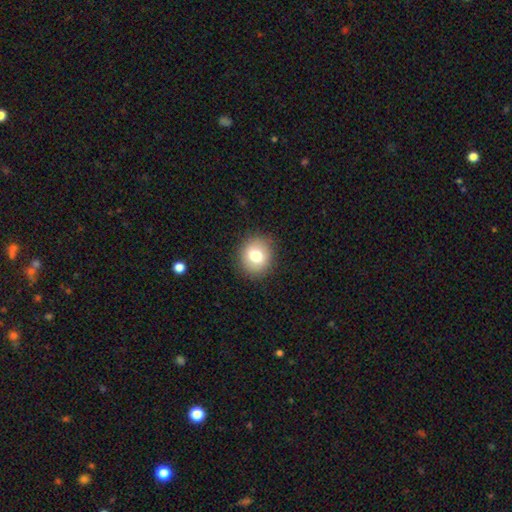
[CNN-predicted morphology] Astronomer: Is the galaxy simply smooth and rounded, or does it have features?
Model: smooth — 76%.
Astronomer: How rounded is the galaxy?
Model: round — 79%.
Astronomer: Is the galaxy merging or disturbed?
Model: none — 89%.